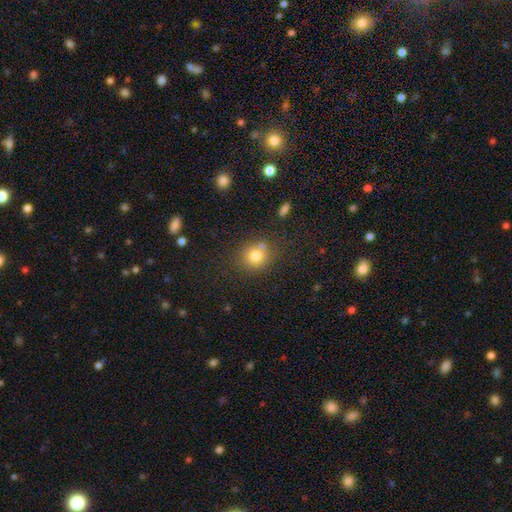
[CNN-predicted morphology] type=smooth (78%); roundness=round (85%); merging=none (68%).